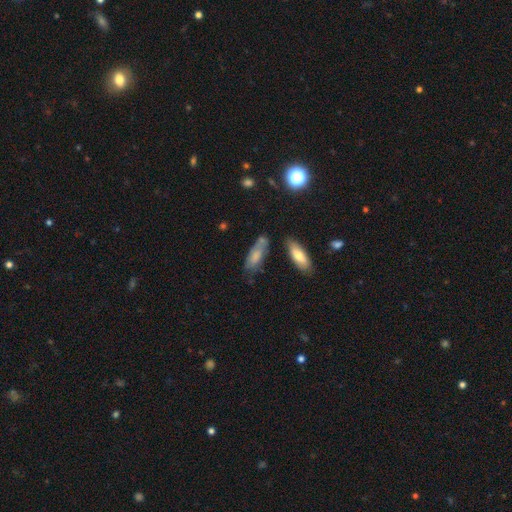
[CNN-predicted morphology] A smooth galaxy with no disk features (73%) that is in between round and cigar-shaped (67%).

Vote fractions:
- Smooth or featured? smooth: 73% / featured or disk: 19% / star or artifact: 8%
- How rounded? in between: 67% / cigar-shaped: 31% / round: 2%
- Merging? none: 52% / minor disturbance: 26% / merger: 13% / major disturbance: 9%